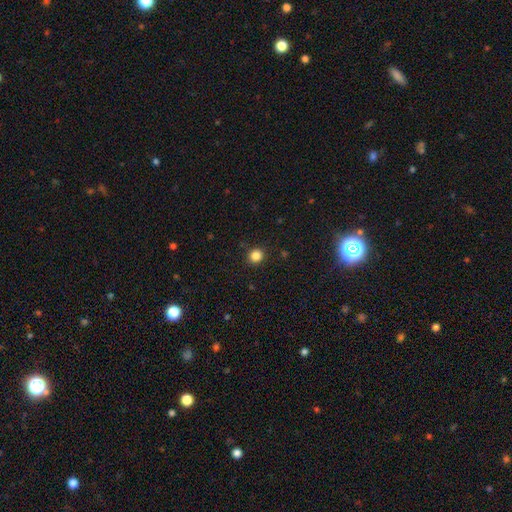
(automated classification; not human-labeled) This appears to be a smooth galaxy with no disk features (84%) that is round (90%). Merging: none (92%).